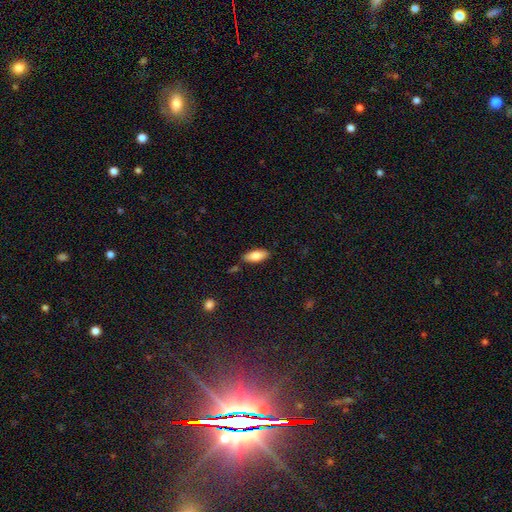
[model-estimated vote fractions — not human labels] Smooth or featured? Predicted: smooth (p=0.81). How rounded? Predicted: in between (p=0.81). Merging? Predicted: none (p=0.83).